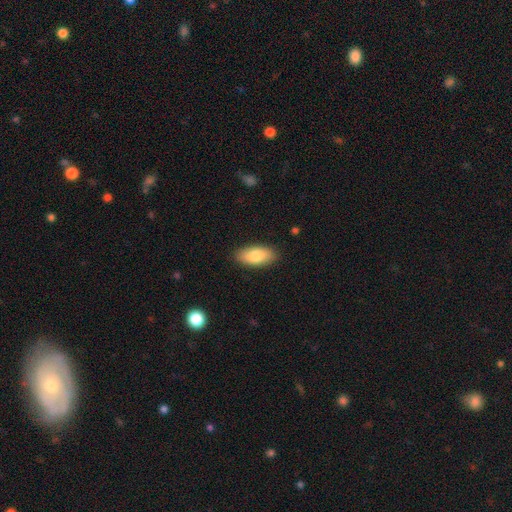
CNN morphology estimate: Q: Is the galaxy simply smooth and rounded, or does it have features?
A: smooth — 82%.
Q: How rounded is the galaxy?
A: in between — 88%.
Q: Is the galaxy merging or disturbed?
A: none — 88%.